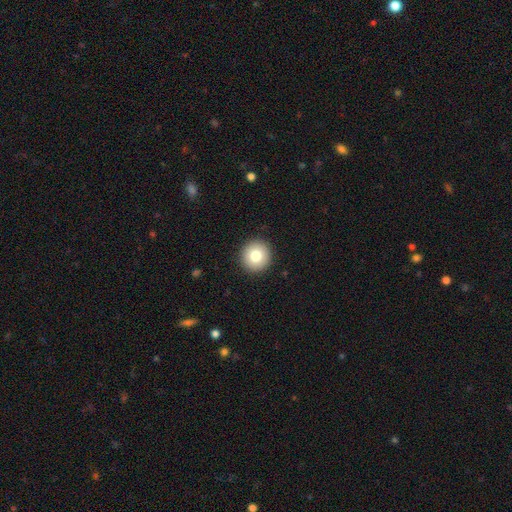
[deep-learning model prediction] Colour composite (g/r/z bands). It shows a smooth galaxy with no disk features (79%) that is round (95%). Merging: none (93%).